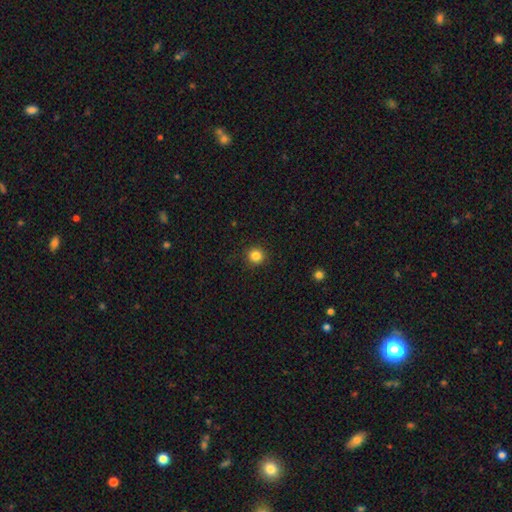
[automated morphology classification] This is clearly a smooth galaxy (84%). How rounded: clearly round (94%). Merging: clearly none (92%).